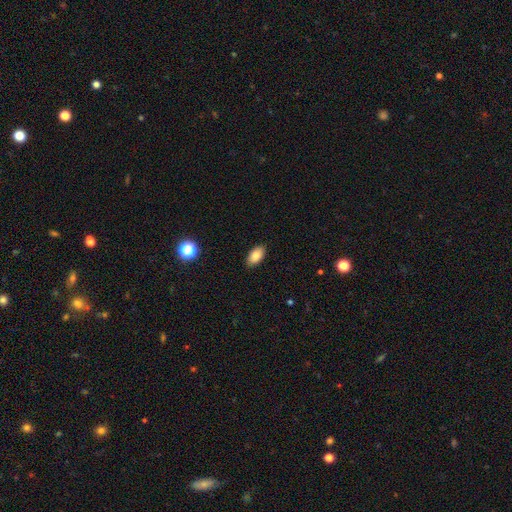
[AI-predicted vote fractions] This appears to be a smooth galaxy with no disk features (85%) that is in between round and cigar-shaped (93%). Merging: none (89%).